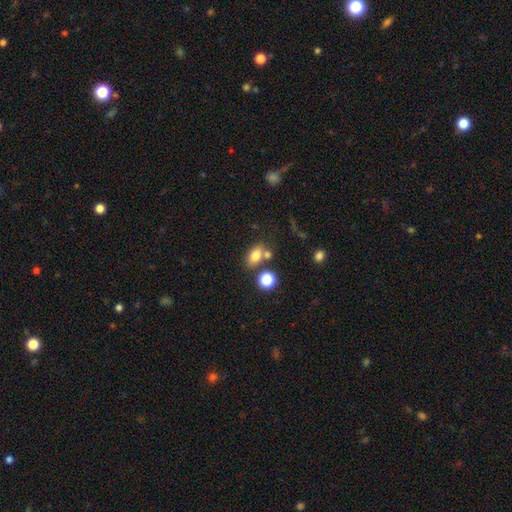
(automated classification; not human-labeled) smooth-or-featured: smooth: 76% | star or artifact: 12% | featured or disk: 12%
  how-rounded: in between: 76% | round: 21% | cigar-shaped: 3%
  merging: none: 62% | merger: 21% | minor disturbance: 13% | major disturbance: 5%